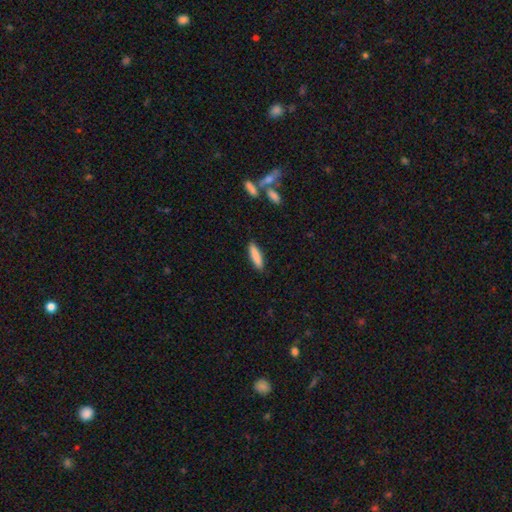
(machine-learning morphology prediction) Smooth or featured: smooth — 86% (featured or disk — 8%)
How rounded: cigar-shaped — 74% (in between — 25%)
Merging: none — 88% (minor disturbance — 8%)